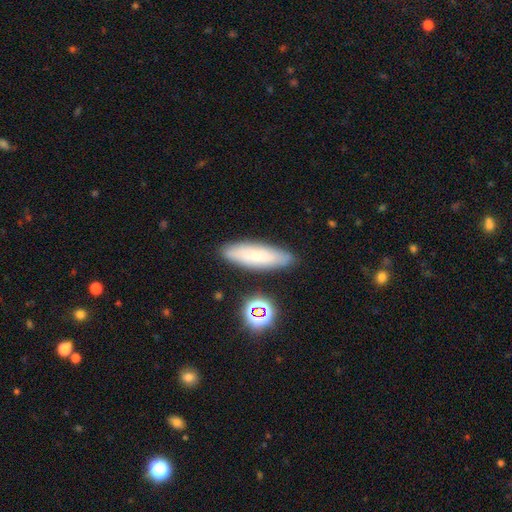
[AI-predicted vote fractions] Smooth or featured? smooth (72%)
How rounded? cigar-shaped (59%)
Merging? none (85%)